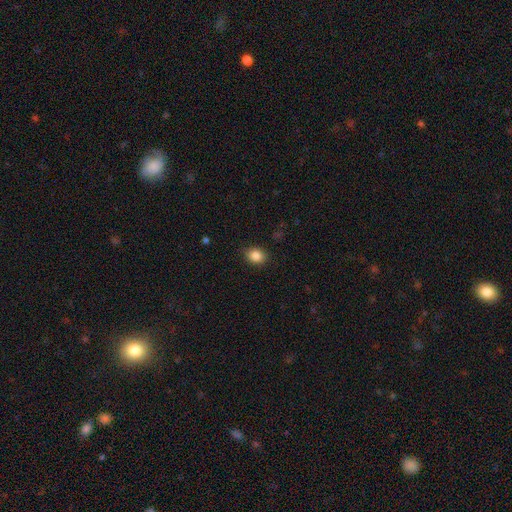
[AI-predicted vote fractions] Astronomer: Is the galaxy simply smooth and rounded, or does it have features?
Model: smooth — 86%.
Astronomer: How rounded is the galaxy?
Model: round — 57% (runner-up: in between, 42%).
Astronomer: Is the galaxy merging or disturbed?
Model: none — 88%.